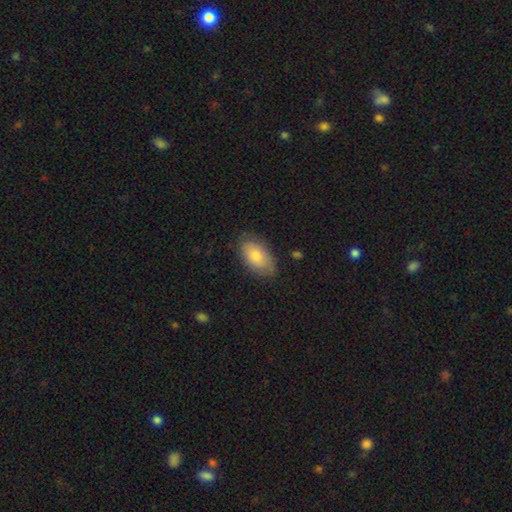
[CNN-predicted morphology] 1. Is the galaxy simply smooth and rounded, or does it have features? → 78% smooth, 15% featured or disk, 6% star or artifact.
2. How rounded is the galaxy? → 93% in between, 5% round, 2% cigar-shaped.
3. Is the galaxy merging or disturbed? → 79% none, 16% minor disturbance, 3% major disturbance, 1% merger.